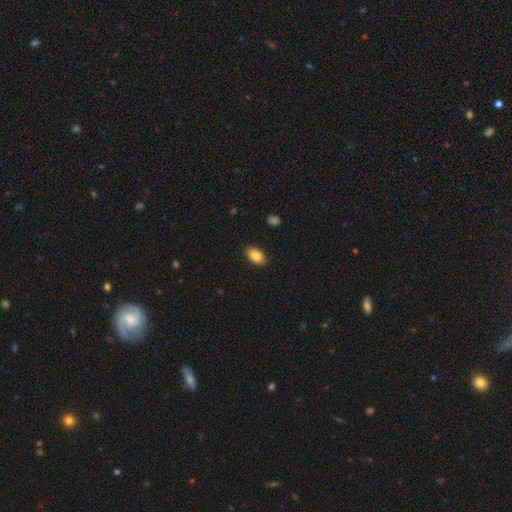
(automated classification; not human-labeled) This is clearly a smooth galaxy (86%). How rounded: clearly in between (92%). Merging: clearly none (89%).